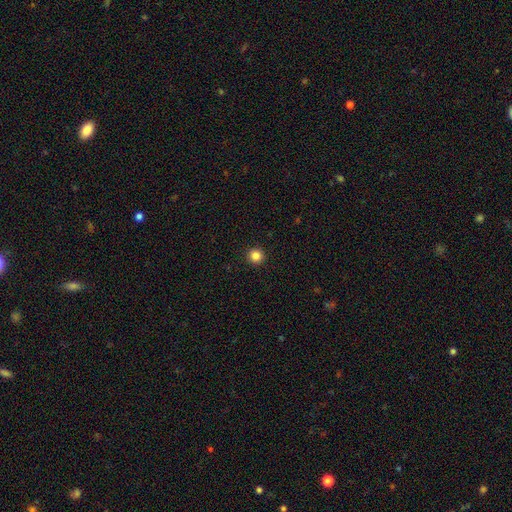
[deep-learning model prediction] Overall: smooth (85%). How rounded: round (96%). Merging: none (94%).